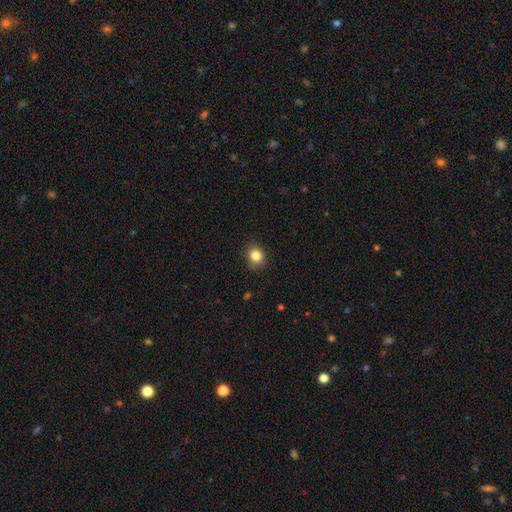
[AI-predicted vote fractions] The model was most divided on "how rounded": round: 70%, in between: 30%, cigar-shaped: 1%. More confident: merging — none (85%); smooth or featured — smooth (84%).